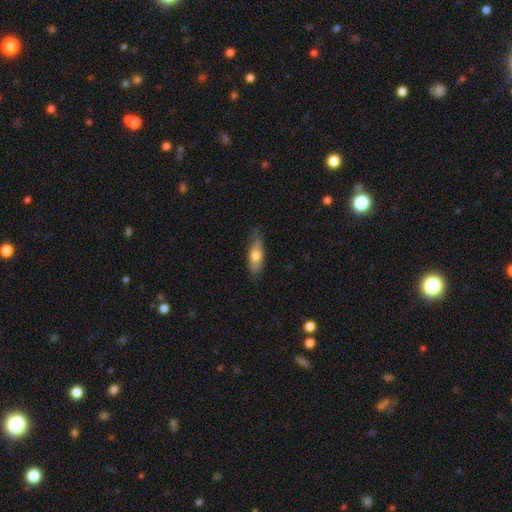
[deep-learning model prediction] Morphology: type=smooth (67%); roundness=in between (64%); merging=none (69%).